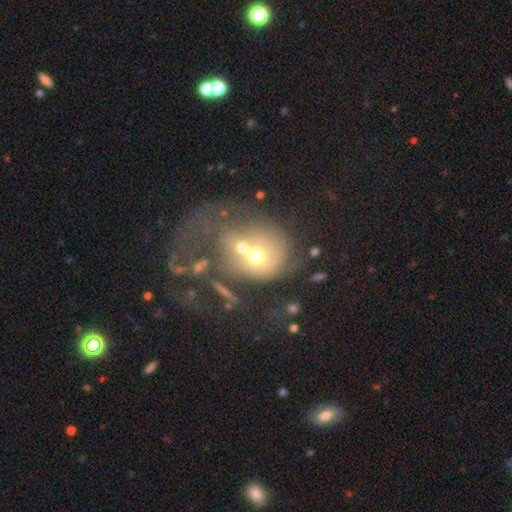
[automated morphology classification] type=smooth (45%); merging=merger (46%).